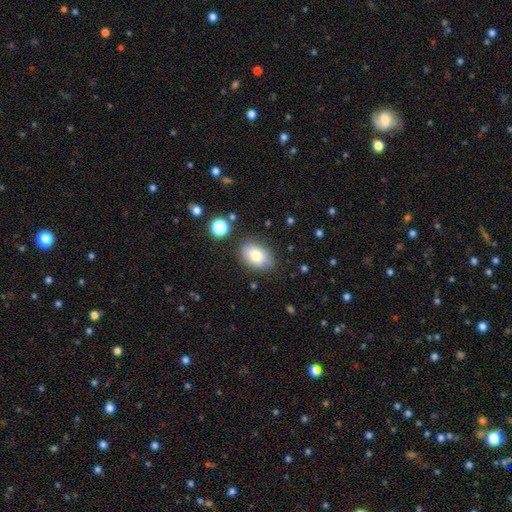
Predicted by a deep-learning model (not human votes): This is likely a smooth galaxy (78%). How rounded: likely in between (78%). Merging: clearly none (81%).